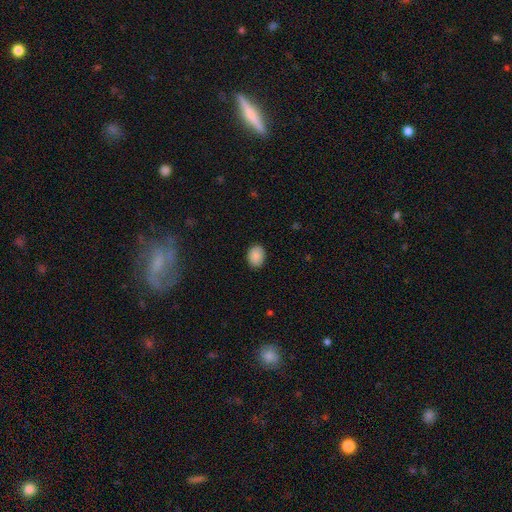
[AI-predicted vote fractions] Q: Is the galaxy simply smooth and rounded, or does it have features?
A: smooth — 88%.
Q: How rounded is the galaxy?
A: in between — 68%.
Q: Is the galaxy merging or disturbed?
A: none — 88%.